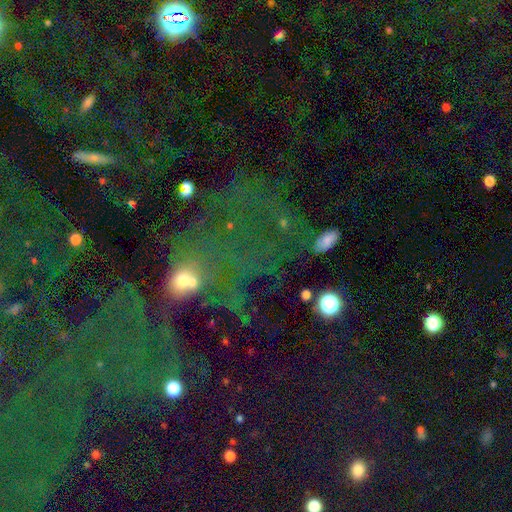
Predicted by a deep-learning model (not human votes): Overall: star or artifact (59%; smooth 22%).